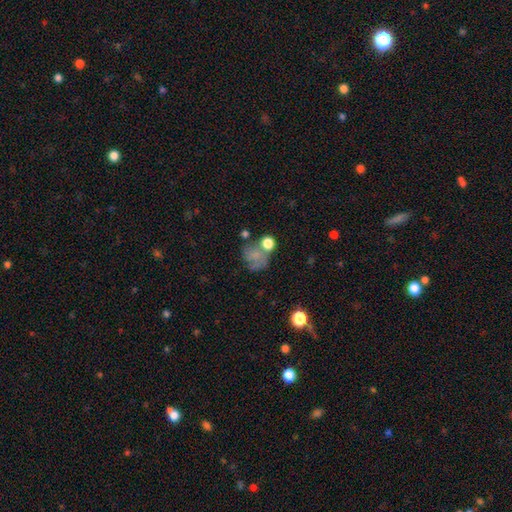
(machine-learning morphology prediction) This appears to be a smooth galaxy with no disk features (63%) that is round (68%). Merging: none (41%).